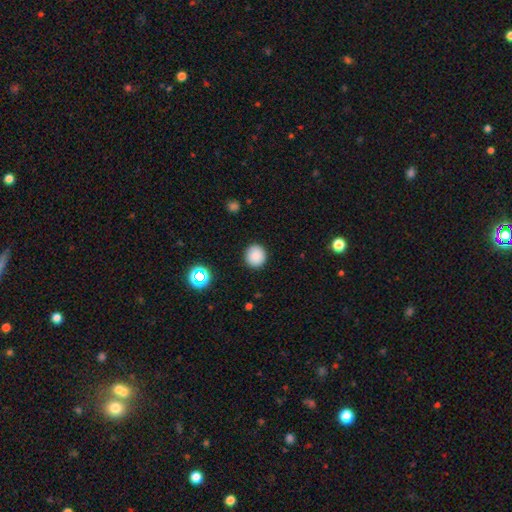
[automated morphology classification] smooth-or-featured: smooth: 86% | star or artifact: 11% | featured or disk: 4%
  how-rounded: round: 91% | in between: 8% | cigar-shaped: 1%
  merging: none: 91% | minor disturbance: 6% | major disturbance: 2% | merger: 1%